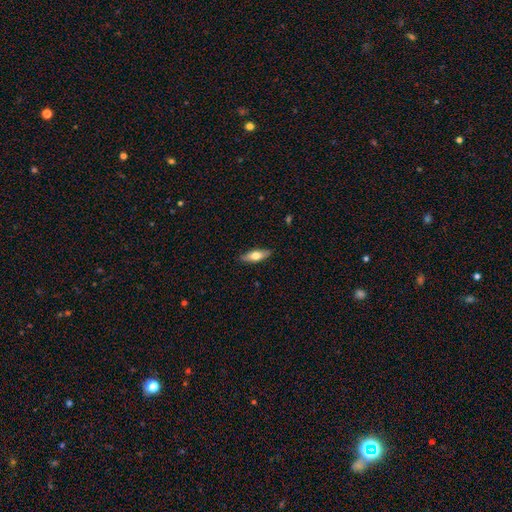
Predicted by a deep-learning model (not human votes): Smooth or featured? smooth (61%)
How rounded? in between (61%)
Merging? none (87%)